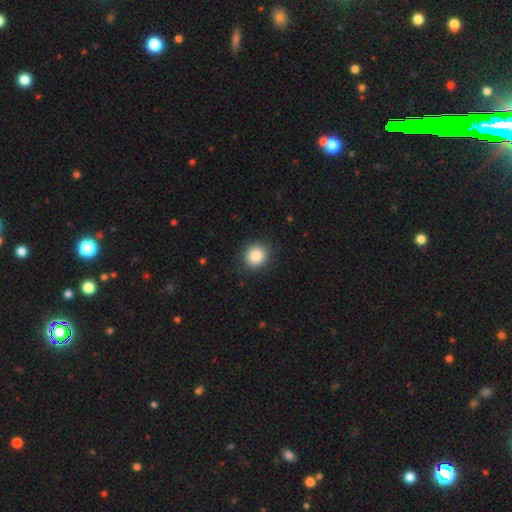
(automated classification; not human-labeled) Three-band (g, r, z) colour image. It shows a smooth galaxy with no disk features (86%) that is round (86%). Merging: none (89%).